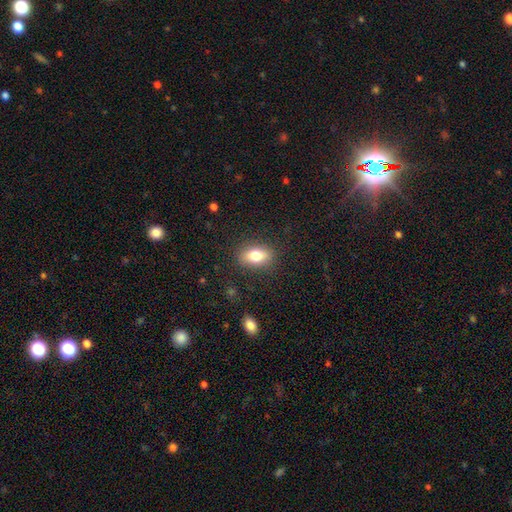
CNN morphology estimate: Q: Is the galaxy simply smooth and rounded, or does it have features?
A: smooth — 77%.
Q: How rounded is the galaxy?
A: in between — 83%.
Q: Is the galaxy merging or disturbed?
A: none — 85%.